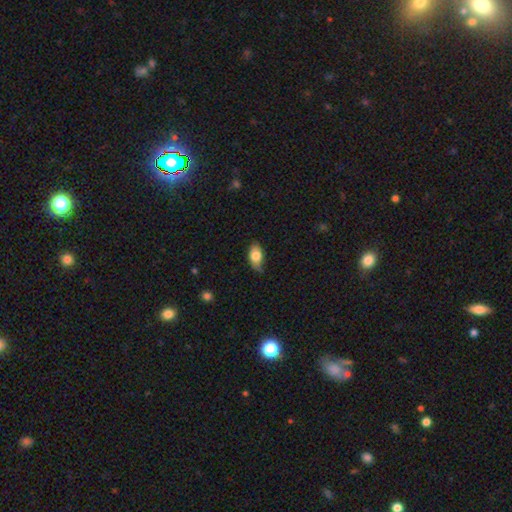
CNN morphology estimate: The model was most divided on "merging": none: 62%, minor disturbance: 31%, major disturbance: 5%, merger: 2%. More confident: how rounded — in between (91%); smooth or featured — smooth (77%).